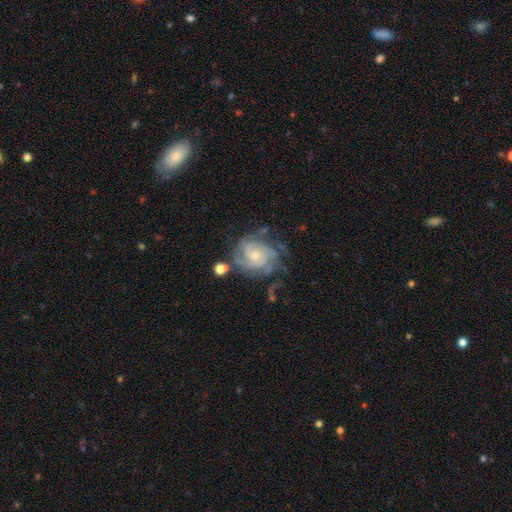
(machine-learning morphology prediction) type=featured or disk (87%); edge-on=no (98%); bar=no (71%); spiral arms=yes (97%); winding=tight (67%); arm count=3 (27%); bulge=small (57%); merging=none (61%).